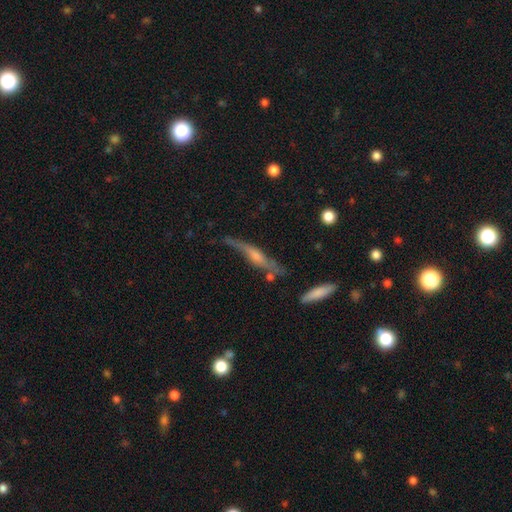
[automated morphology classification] This is likely a featured or disk galaxy (67%). It is clearly viewed edge-on (84%). Edge-on bulge: likely rounded (74%). Merging: likely none (60%).